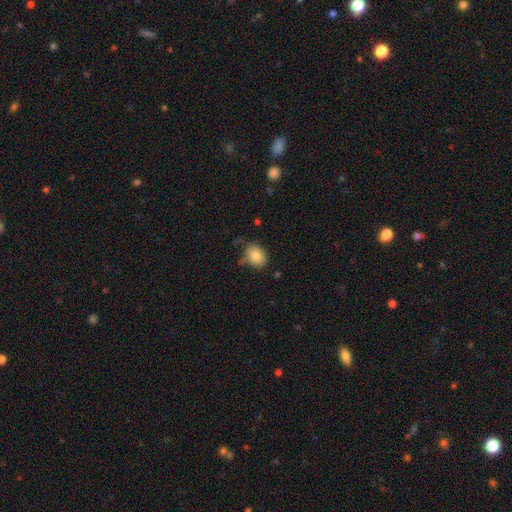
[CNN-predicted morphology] A smooth galaxy with no disk features (84%) that is in between round and cigar-shaped (58%).

Vote fractions:
- Smooth or featured? smooth: 84% / star or artifact: 9% / featured or disk: 7%
- How rounded? in between: 58% / round: 41% / cigar-shaped: 1%
- Merging? none: 70% / minor disturbance: 21% / major disturbance: 5% / merger: 4%